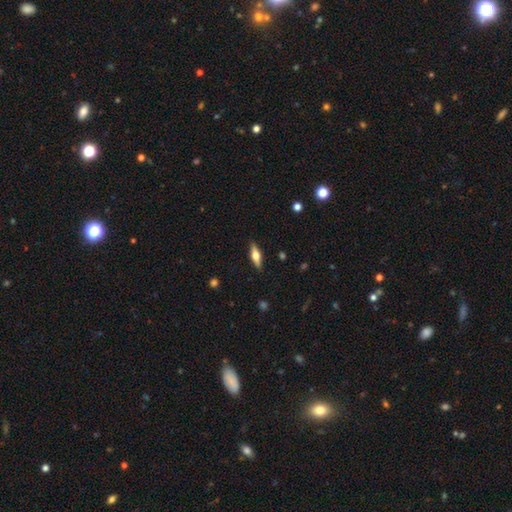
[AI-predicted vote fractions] This is possibly a featured or disk galaxy (48%). Merging: clearly none (89%).